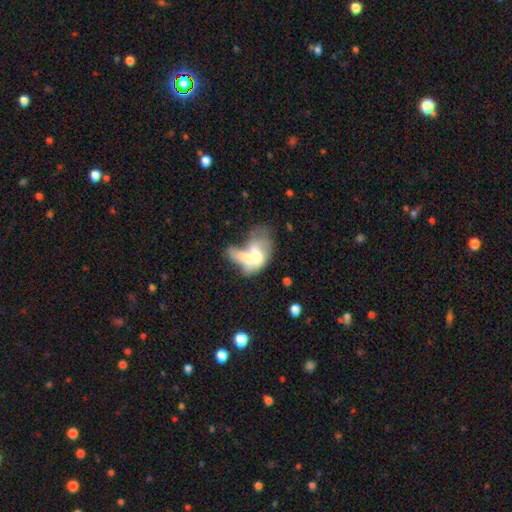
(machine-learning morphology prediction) A smooth galaxy with no disk features (49%).

Vote fractions:
- Smooth or featured? smooth: 49% / featured or disk: 43% / star or artifact: 8%
- Merging? merger: 58% / major disturbance: 23% / none: 10% / minor disturbance: 9%